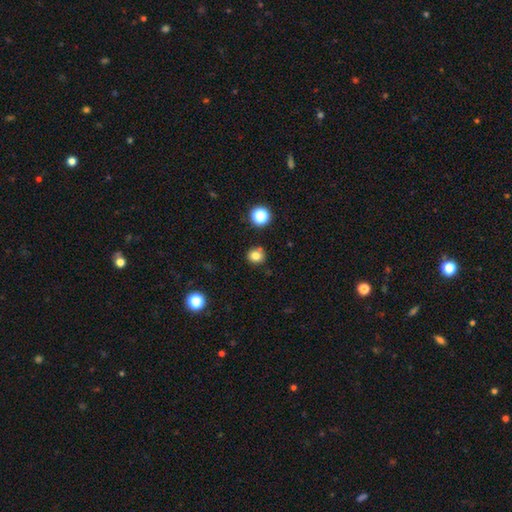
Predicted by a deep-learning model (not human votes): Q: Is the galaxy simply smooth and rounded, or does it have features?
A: smooth — 79%.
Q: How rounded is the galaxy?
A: round — 85%.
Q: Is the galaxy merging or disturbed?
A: none — 80%.